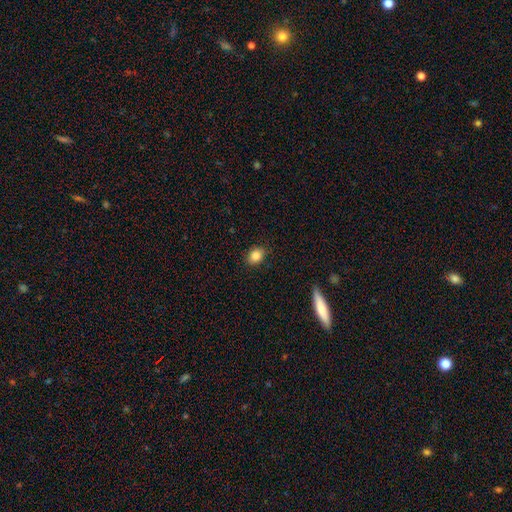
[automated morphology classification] A smooth galaxy with no disk features (84%) that is in between round and cigar-shaped (59%).

Vote fractions:
- Smooth or featured? smooth: 84% / star or artifact: 9% / featured or disk: 7%
- How rounded? in between: 59% / round: 40% / cigar-shaped: 1%
- Merging? none: 88% / minor disturbance: 8% / major disturbance: 2% / merger: 1%